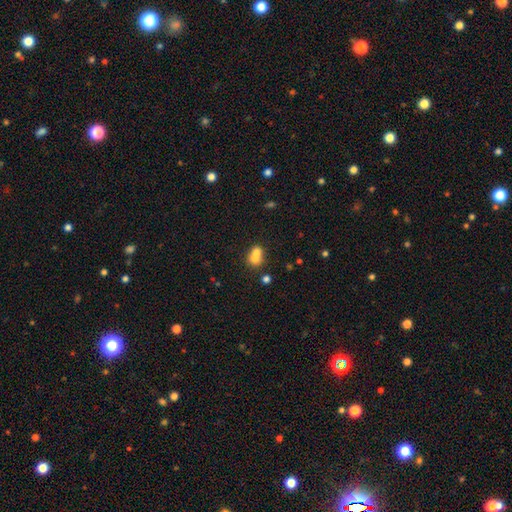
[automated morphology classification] The model was most divided on "how rounded": round: 55%, in between: 44%, cigar-shaped: 1%. More confident: smooth or featured — smooth (70%); merging — merger (64%).